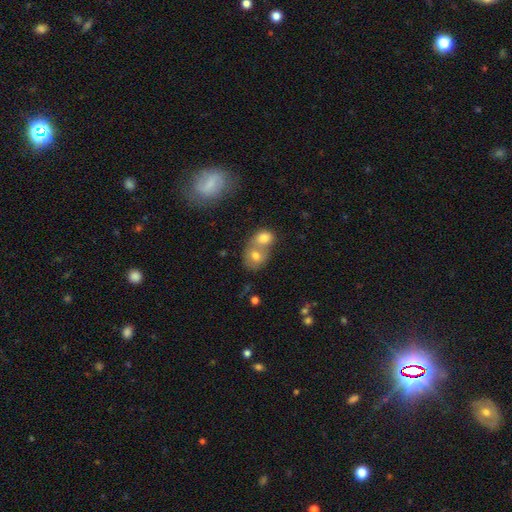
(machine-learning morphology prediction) smooth_or_featured: smooth (p=0.73) [alt: featured or disk p=0.17]
how_rounded: round (p=0.62) [alt: in between p=0.36]
merging: merger (p=0.65) [alt: none p=0.26]